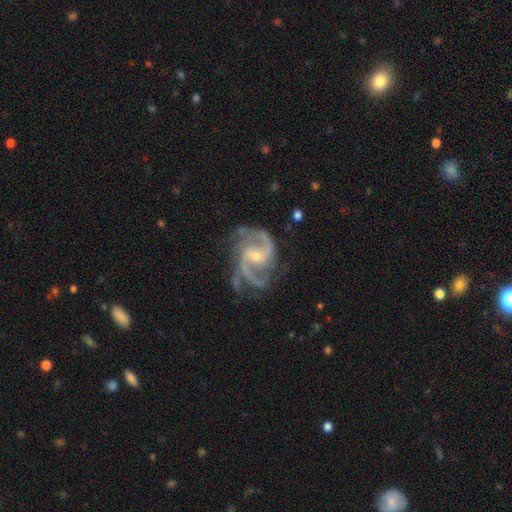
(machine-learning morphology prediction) Q: Smooth or featured?
A: featured or disk (93%); runner-up: star or artifact (5%)
Q: Edge-on disk?
A: no (98%); runner-up: yes (2%)
Q: Bar?
A: no (43%); runner-up: weak (40%)
Q: Spiral arms?
A: yes (98%); runner-up: no (2%)
Q: Spiral winding?
A: medium (61%); runner-up: loose (22%)
Q: Spiral arm count?
A: 2 (78%); runner-up: 3 (11%)
Q: Bulge size?
A: small (69%); runner-up: moderate (27%)
Q: Merging?
A: none (67%); runner-up: minor disturbance (20%)